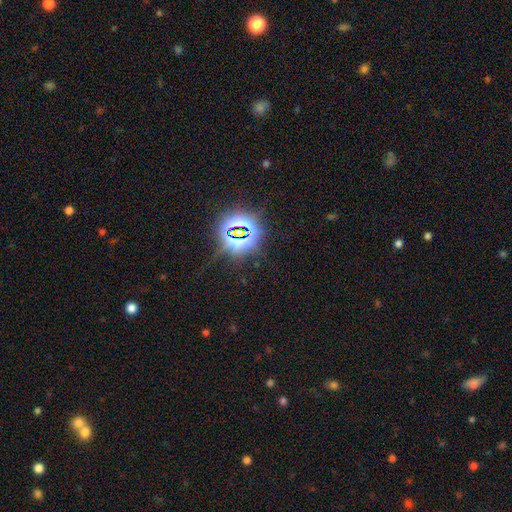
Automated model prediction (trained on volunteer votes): star or artifact 79%, smooth 13%, featured or disk 7%.